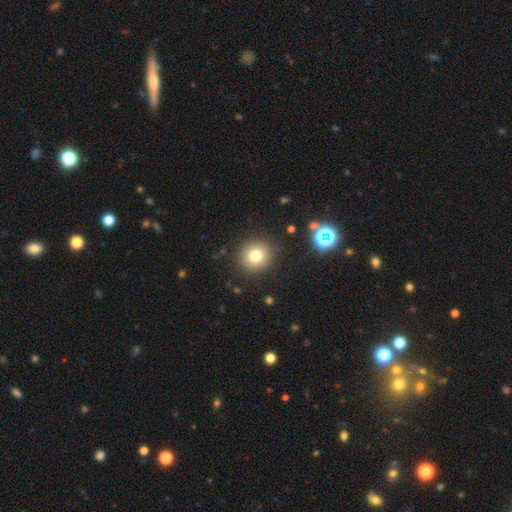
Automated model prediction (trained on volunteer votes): Overall: smooth (75%). How rounded: round (92%). Merging: none (89%).